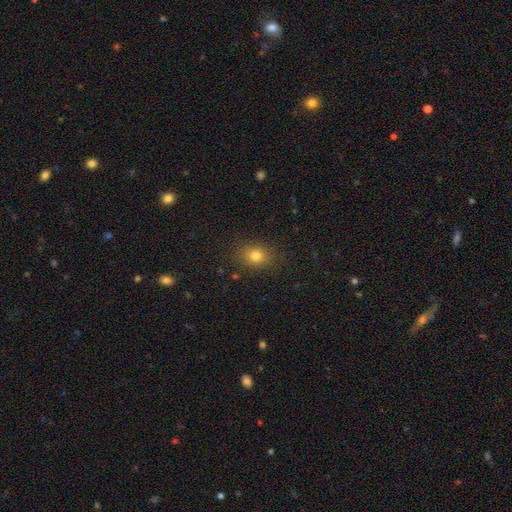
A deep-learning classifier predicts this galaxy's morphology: type=smooth (78%); roundness=in between (51%); merging=none (86%).